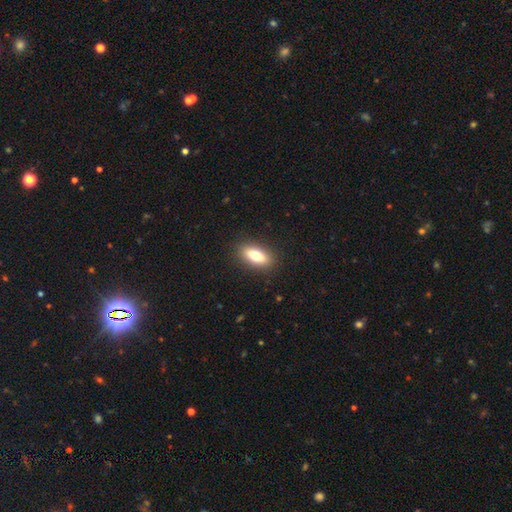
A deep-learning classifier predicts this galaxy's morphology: Smooth or featured: smooth — 73% (featured or disk — 19%)
How rounded: in between — 77% (cigar-shaped — 19%)
Merging: none — 89% (minor disturbance — 8%)